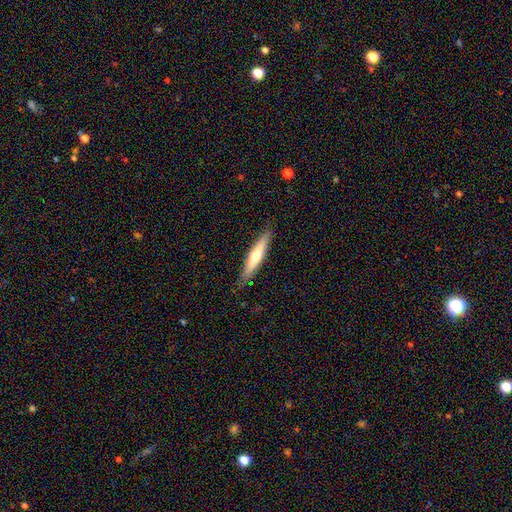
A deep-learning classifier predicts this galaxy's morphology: Smooth or featured: smooth — 53% (featured or disk — 42%)
How rounded: cigar-shaped — 89% (in between — 10%)
Merging: none — 86% (minor disturbance — 11%)